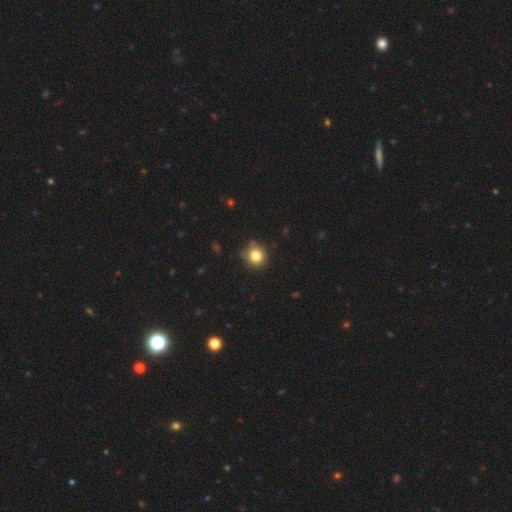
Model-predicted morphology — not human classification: This appears to be a smooth galaxy with no disk features (81%) that is round (87%). Merging: none (76%).